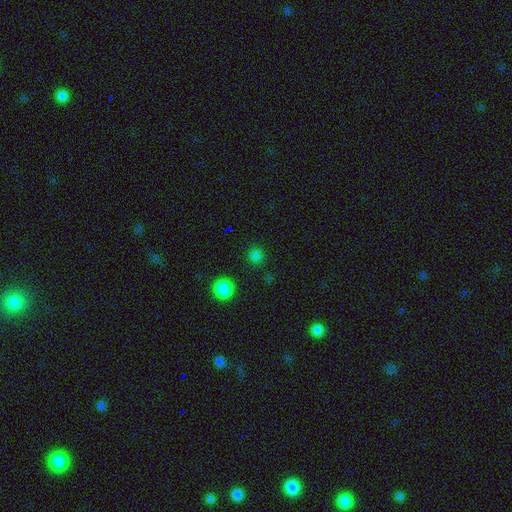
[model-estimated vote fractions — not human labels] smooth 75%, star or artifact 21%, featured or disk 4%. Down the decision tree: how rounded — round (90%); merging — none (87%).